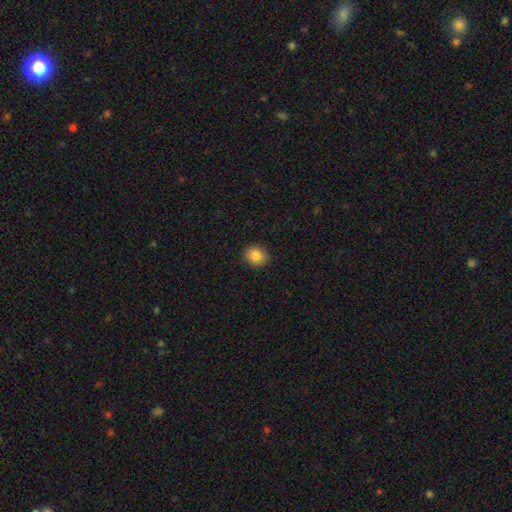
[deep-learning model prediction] This appears to be a smooth galaxy with no disk features (84%) that is round (70%). Merging: none (88%).